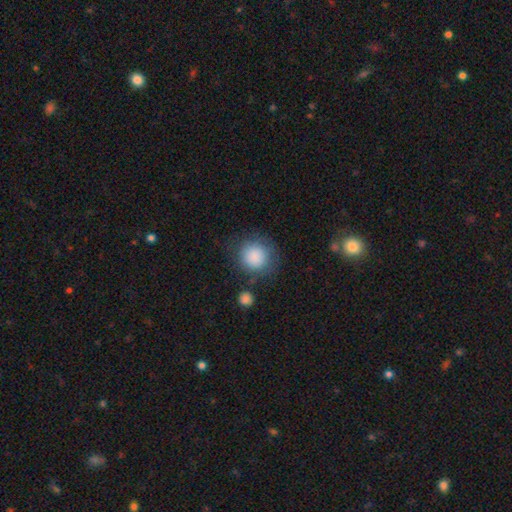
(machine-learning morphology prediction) Smooth or featured: smooth — 88% (star or artifact — 7%)
How rounded: round — 90% (in between — 9%)
Merging: none — 76% (minor disturbance — 13%)